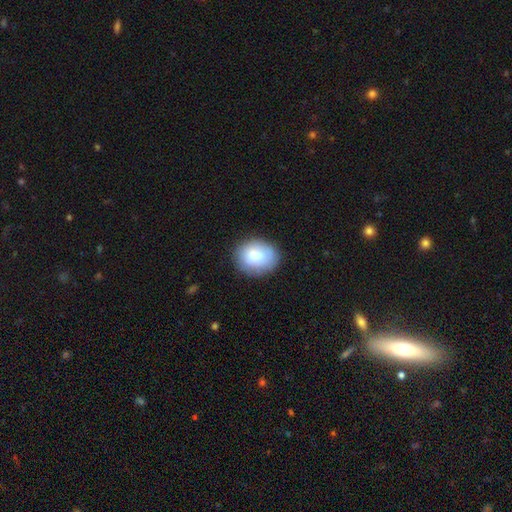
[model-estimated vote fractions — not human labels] A smooth galaxy with no disk features (81%) that is in between round and cigar-shaped (52%).

Vote fractions:
- Smooth or featured? smooth: 81% / featured or disk: 12% / star or artifact: 7%
- How rounded? in between: 52% / round: 48% / cigar-shaped: 1%
- Merging? none: 81% / minor disturbance: 14% / major disturbance: 4% / merger: 1%